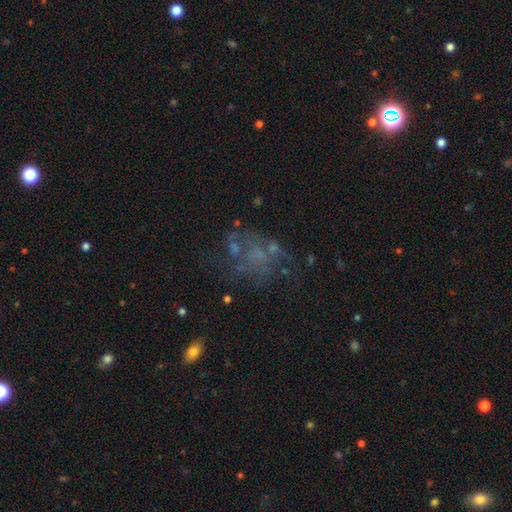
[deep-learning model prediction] Q: Smooth or featured?
A: featured or disk (52%); runner-up: star or artifact (24%)
Q: Edge-on disk?
A: no (97%); runner-up: yes (3%)
Q: Bar?
A: no (88%); runner-up: weak (10%)
Q: Spiral arms?
A: no (78%); runner-up: yes (22%)
Q: Bulge size?
A: none (68%); runner-up: small (18%)
Q: Merging?
A: none (49%); runner-up: major disturbance (27%)